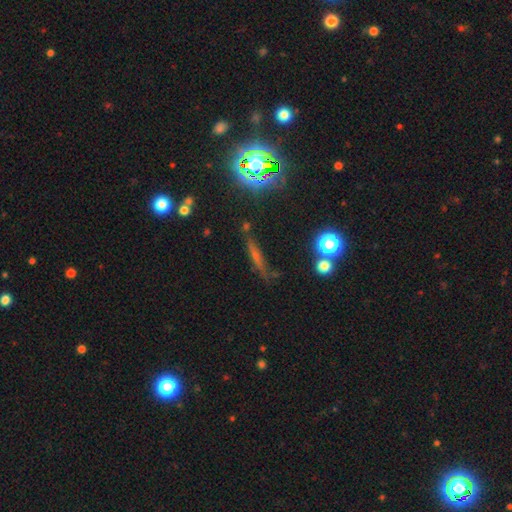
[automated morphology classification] Smooth or featured: smooth — 37% (featured or disk — 34%)
Merging: none — 71% (minor disturbance — 17%)